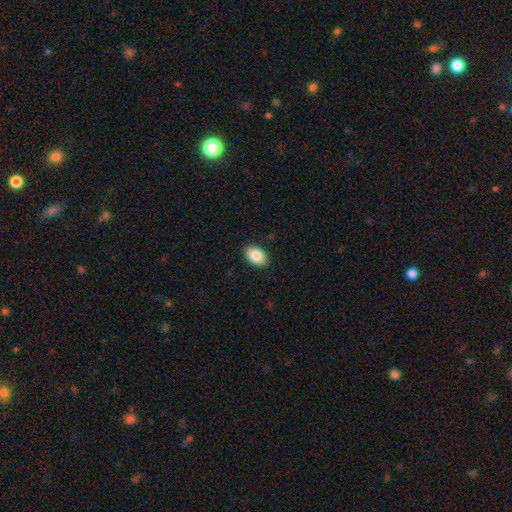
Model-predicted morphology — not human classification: Smooth or featured?
  - smooth: 86% *
  - star or artifact: 7%
  - featured or disk: 7%
How rounded?
  - in between: 89% *
  - round: 10%
  - cigar-shaped: 1%
Merging?
  - none: 89% *
  - minor disturbance: 8%
  - major disturbance: 2%
  - merger: 1%